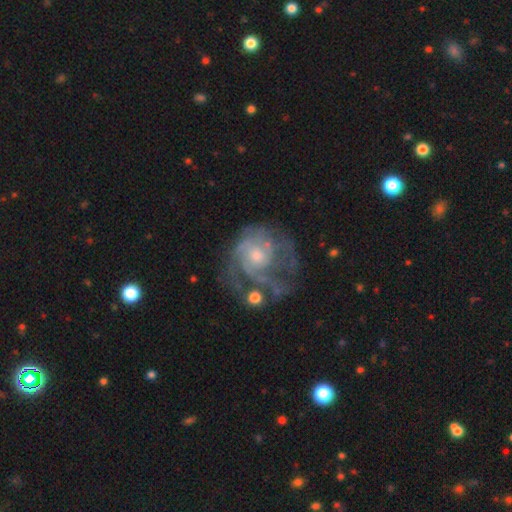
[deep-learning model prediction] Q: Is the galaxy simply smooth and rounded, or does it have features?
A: featured or disk — 79%.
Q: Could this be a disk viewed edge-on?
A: no — 98%.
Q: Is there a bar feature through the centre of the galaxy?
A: no — 76%.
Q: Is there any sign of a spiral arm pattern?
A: yes — 83%.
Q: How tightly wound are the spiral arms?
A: tight — 47%.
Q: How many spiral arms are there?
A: can't tell — 38%.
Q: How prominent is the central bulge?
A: moderate — 55%.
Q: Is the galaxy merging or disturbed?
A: none — 41%.